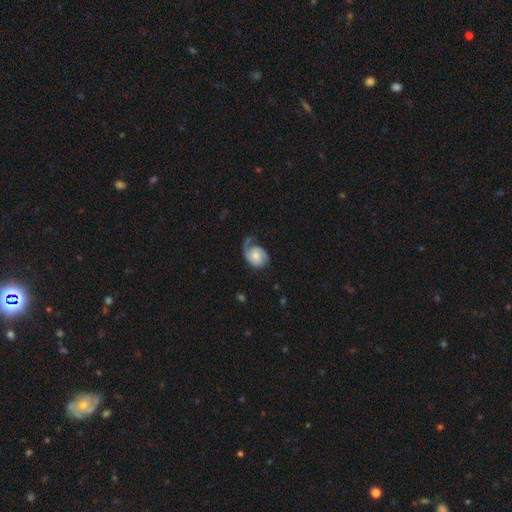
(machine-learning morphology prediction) smooth-or-featured: featured or disk: 75% | smooth: 20% | star or artifact: 6%
  disk-edge-on: no: 97% | yes: 3%
    bar: no: 66% | weak: 29% | strong: 5%
    has-spiral-arms: yes: 95% | no: 5%
      spiral-winding: medium: 39% | tight: 37% | loose: 24%
      spiral-arm-count: 1: 46% | 2: 45% | can't tell: 5% | 3: 2% | 4: 1% | more than 4: 1%
    bulge-size: moderate: 42% | small: 34% | large: 11% | none: 11% | dominant: 2%
  merging: none: 45% | major disturbance: 27% | minor disturbance: 26% | merger: 2%